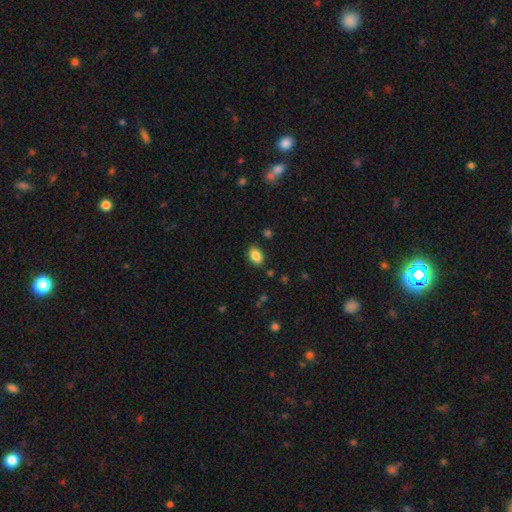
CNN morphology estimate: This appears to be a smooth galaxy with no disk features (86%) that is in between round and cigar-shaped (80%). Merging: none (86%).